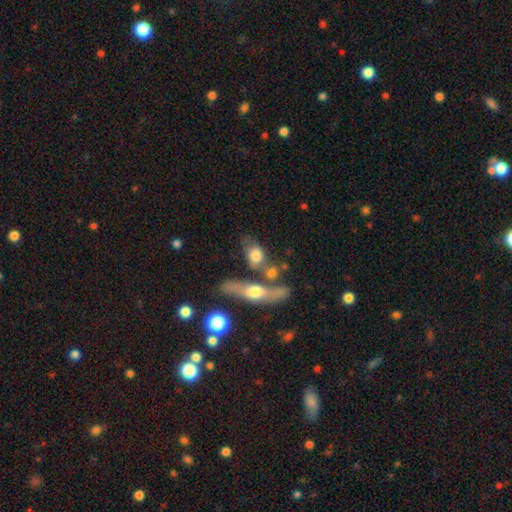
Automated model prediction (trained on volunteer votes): Smooth or featured?
  - smooth: 59% *
  - featured or disk: 34%
  - star or artifact: 8%
How rounded?
  - in between: 62% *
  - round: 24%
  - cigar-shaped: 14%
Merging?
  - none: 43% *
  - merger: 34%
  - minor disturbance: 15%
  - major disturbance: 8%